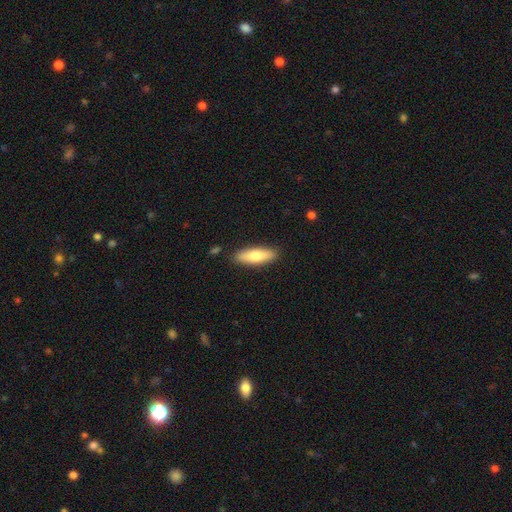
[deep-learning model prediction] A smooth galaxy with no disk features (73%) that is cigar-shaped (52%). Merging: none (88%).